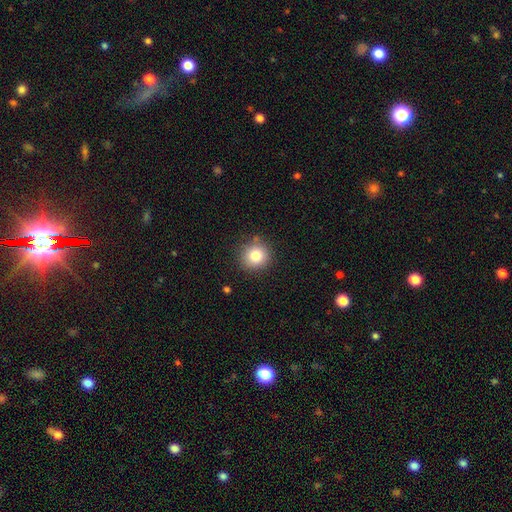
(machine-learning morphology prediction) Overall: smooth (82%). How rounded: round (92%). Merging: none (85%).